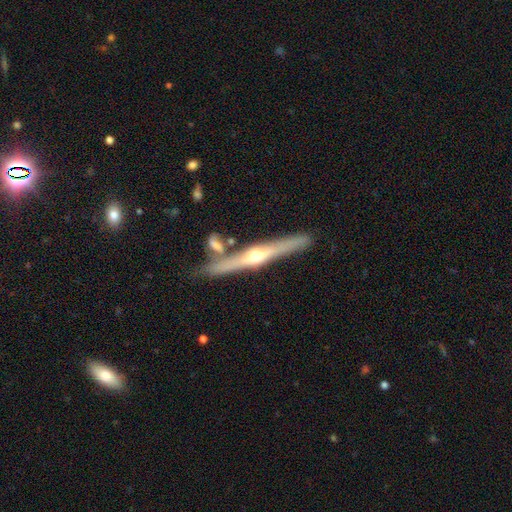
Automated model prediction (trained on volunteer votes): This appears to be a featured or disk galaxy (74%) viewed edge-on (96%) with a rounded central bulge (92%). Merging: none (78%).